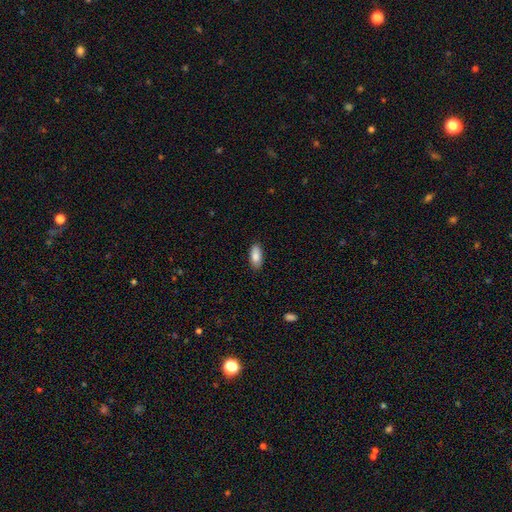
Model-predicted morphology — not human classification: smooth_or_featured: smooth (p=0.86) [alt: featured or disk p=0.07]
how_rounded: in between (p=0.86) [alt: cigar-shaped p=0.12]
merging: none (p=0.87) [alt: minor disturbance p=0.10]